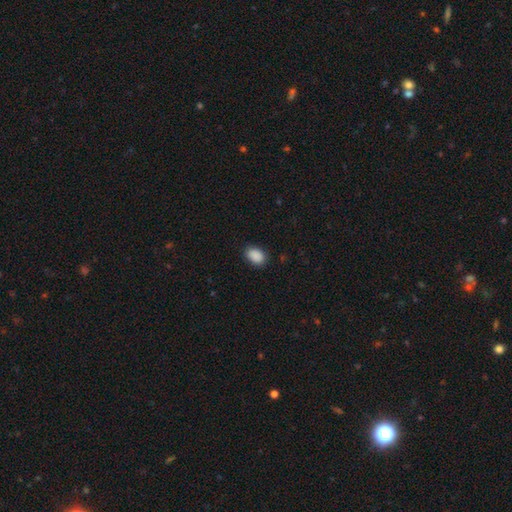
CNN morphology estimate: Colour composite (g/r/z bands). It shows a smooth galaxy with no disk features (90%) that is in between round and cigar-shaped (82%). Merging: none (85%).